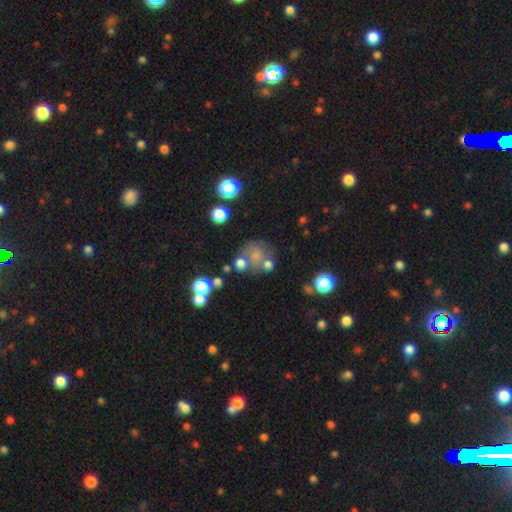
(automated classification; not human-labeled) This appears to be a smooth galaxy with no disk features (63%) that is round (81%). Merging: none (49%).